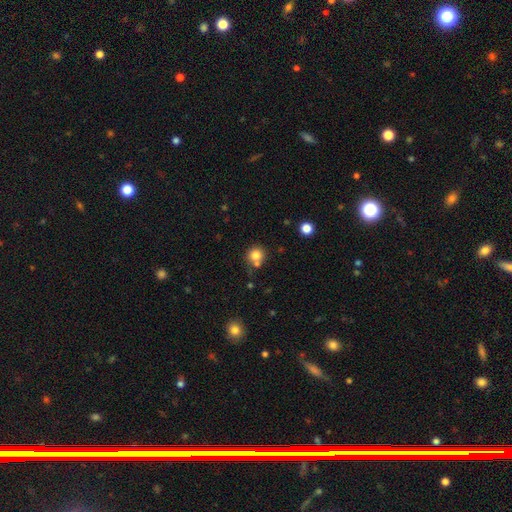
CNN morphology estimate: Q: Smooth or featured?
A: smooth (81%); runner-up: star or artifact (12%)
Q: How rounded?
A: round (89%); runner-up: in between (10%)
Q: Merging?
A: none (62%); runner-up: merger (23%)